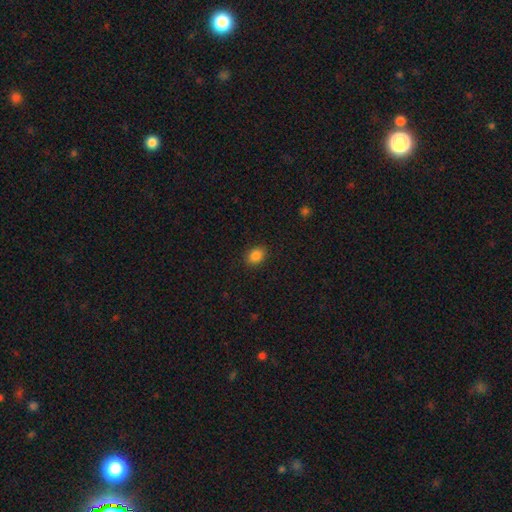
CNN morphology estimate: This is clearly a smooth galaxy (86%). How rounded: likely in between (69%). Merging: clearly none (89%).